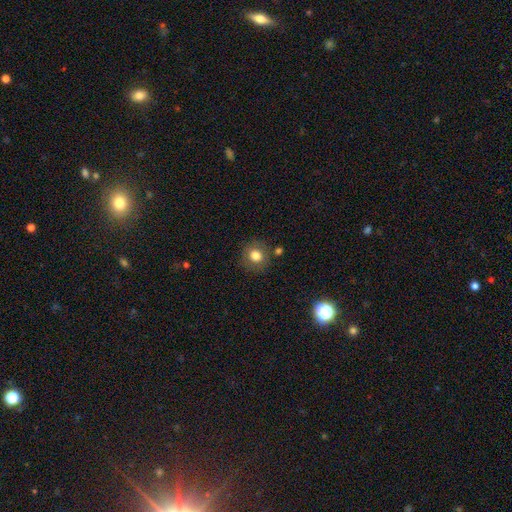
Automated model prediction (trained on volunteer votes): A smooth galaxy with no disk features (80%) that is round (81%). Merging: none (82%).